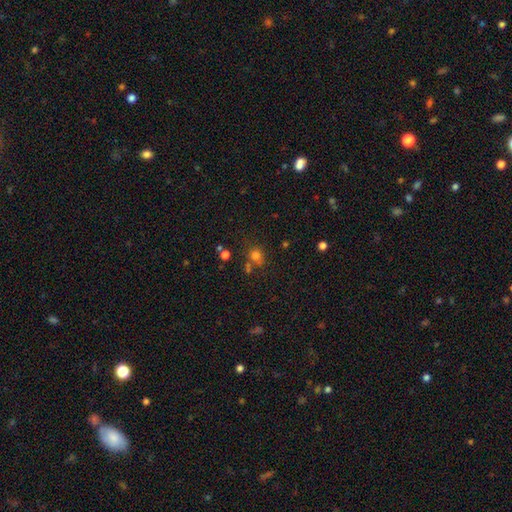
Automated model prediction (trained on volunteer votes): Overall: smooth (72%). How rounded: round (77%). Merging: none (62%).